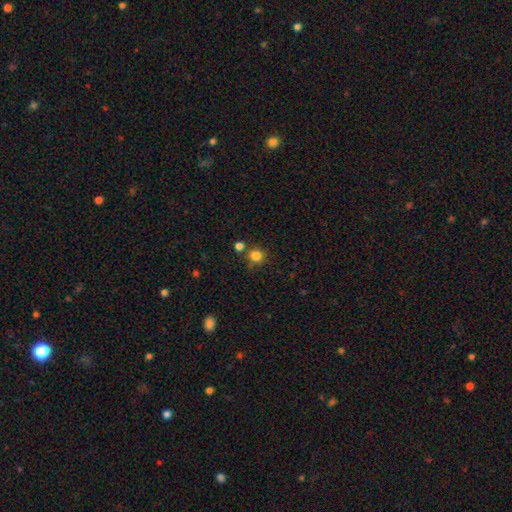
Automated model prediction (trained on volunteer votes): The model was most divided on "merging": none: 72%, merger: 13%, minor disturbance: 11%, major disturbance: 4%. More confident: how rounded — round (90%); smooth or featured — smooth (82%).